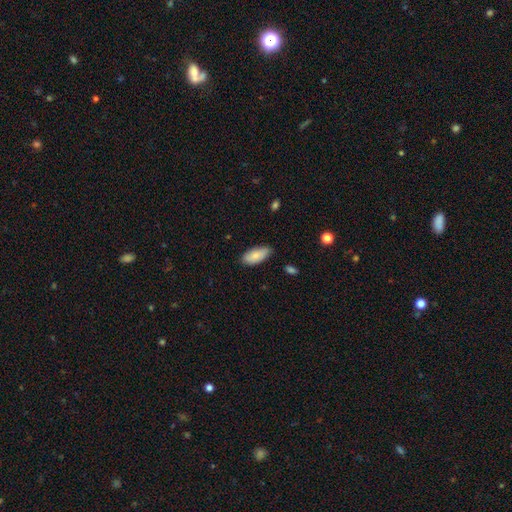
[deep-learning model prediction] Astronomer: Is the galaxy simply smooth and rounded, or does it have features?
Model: smooth — 83%.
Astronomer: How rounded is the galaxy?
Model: in between — 90%.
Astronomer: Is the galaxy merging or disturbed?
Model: none — 75%.